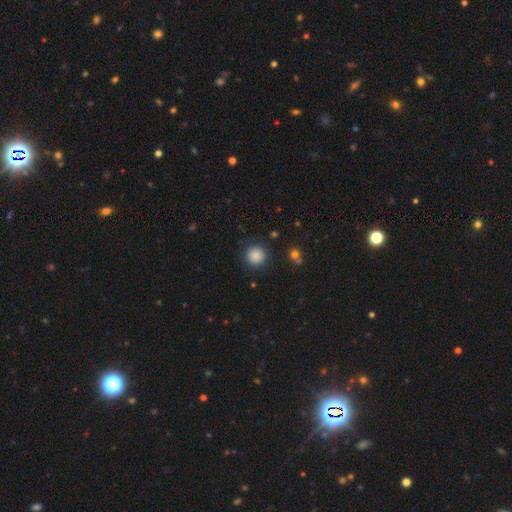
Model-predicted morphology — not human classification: This is clearly a smooth galaxy (87%). How rounded: clearly round (94%). Merging: clearly none (89%).